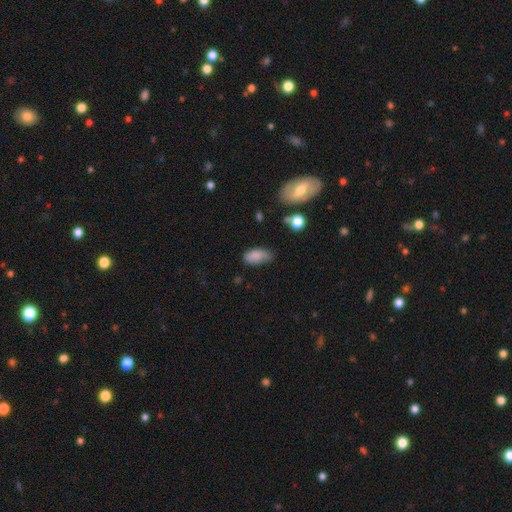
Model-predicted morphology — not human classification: smooth 81%, featured or disk 10%, star or artifact 9%. Down the decision tree: how rounded — in between (91%); merging — none (49%).